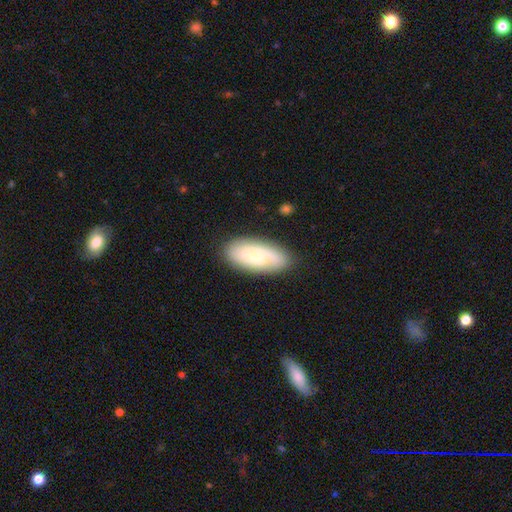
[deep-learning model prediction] smooth_or_featured: featured or disk (p=0.52) [alt: smooth p=0.41]
disk_edge_on: no (p=0.92) [alt: yes p=0.08]
merging: none (p=0.82) [alt: minor disturbance p=0.13]